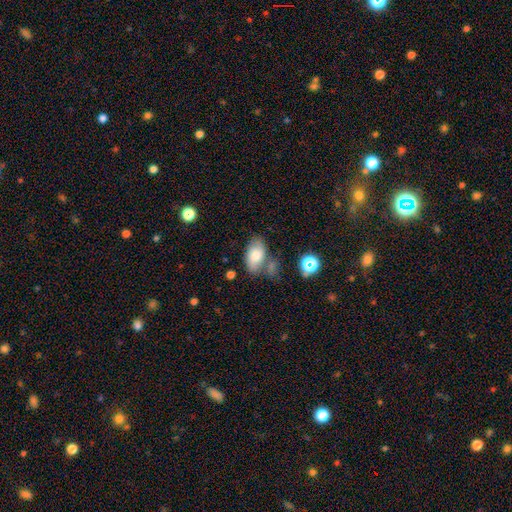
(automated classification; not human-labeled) smooth 75%, featured or disk 16%, star or artifact 9%. Down the decision tree: how rounded — in between (92%); merging — none (59%).